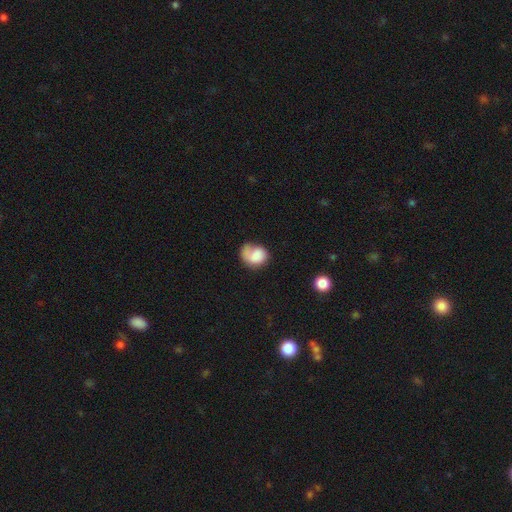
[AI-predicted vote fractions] Smooth or featured? smooth (71%)
How rounded? round (51%)
Merging? none (33%)